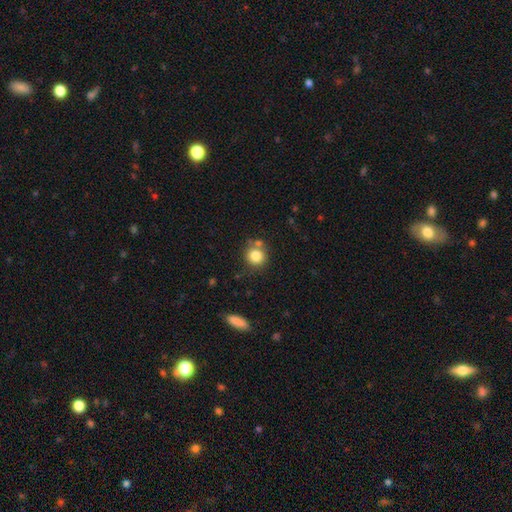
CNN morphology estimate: Q: Smooth or featured?
A: smooth (82%); runner-up: star or artifact (10%)
Q: How rounded?
A: round (88%); runner-up: in between (11%)
Q: Merging?
A: none (66%); runner-up: merger (18%)